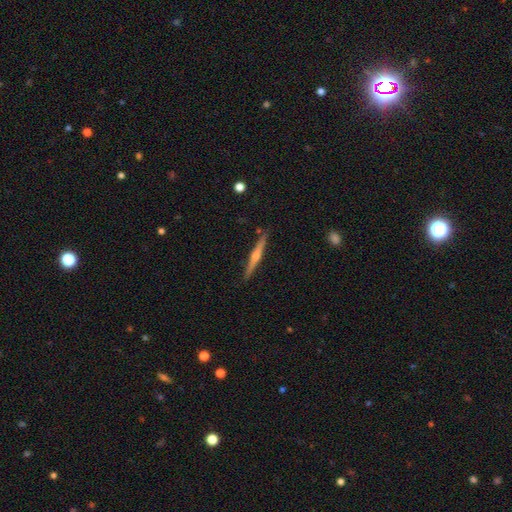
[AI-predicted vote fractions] Overall: featured or disk (76%). Edge-on disk: yes (98%). Edge-on bulge: rounded (91%). Merging: none (90%).